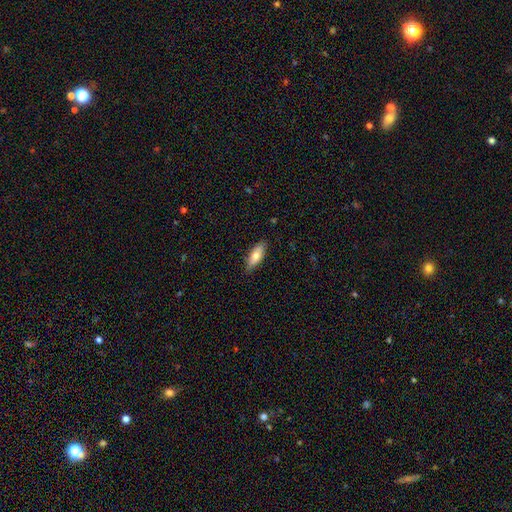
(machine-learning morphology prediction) Smooth or featured?
  - smooth: 70% *
  - featured or disk: 23%
  - star or artifact: 6%
How rounded?
  - in between: 69% *
  - cigar-shaped: 28%
  - round: 2%
Merging?
  - none: 82% *
  - minor disturbance: 15%
  - major disturbance: 2%
  - merger: 1%